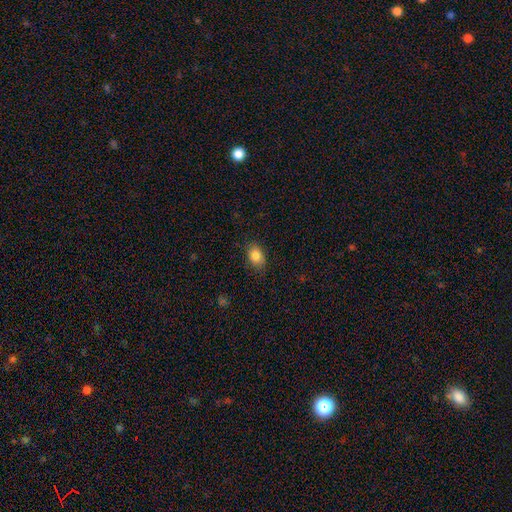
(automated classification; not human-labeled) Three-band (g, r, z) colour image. It shows a smooth galaxy with no disk features (84%) that is in between round and cigar-shaped (76%). Merging: none (82%).